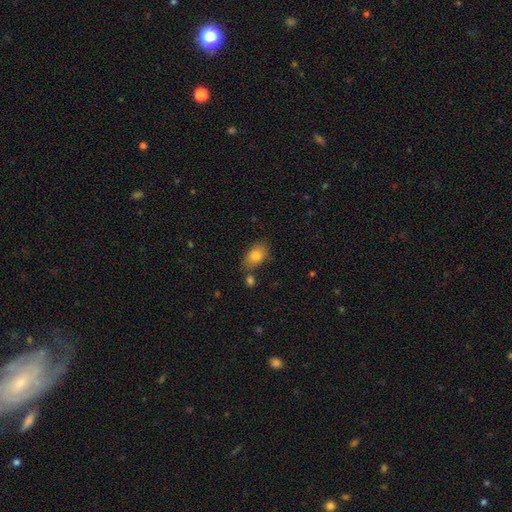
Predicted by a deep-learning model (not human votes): Smooth or featured? Predicted: smooth (p=0.82). How rounded? Predicted: in between (p=0.85). Merging? Predicted: none (p=0.67).